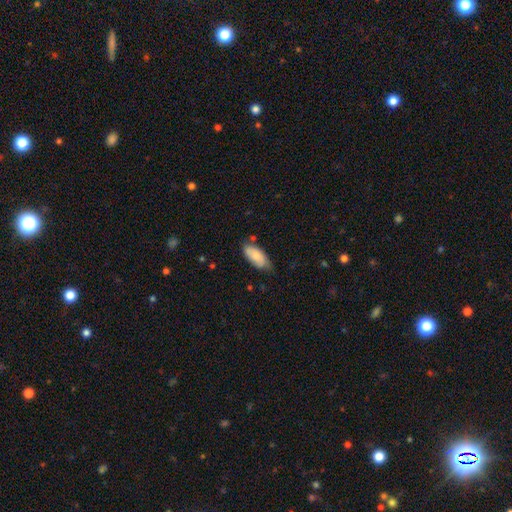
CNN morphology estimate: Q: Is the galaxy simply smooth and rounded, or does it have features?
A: smooth — 77%.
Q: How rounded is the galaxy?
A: in between — 88%.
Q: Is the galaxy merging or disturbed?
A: none — 68%.